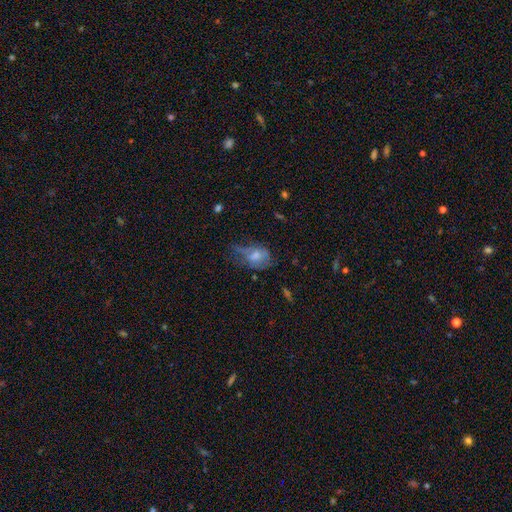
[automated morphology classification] type=smooth (57%); roundness=in between (77%); merging=major disturbance (39%).